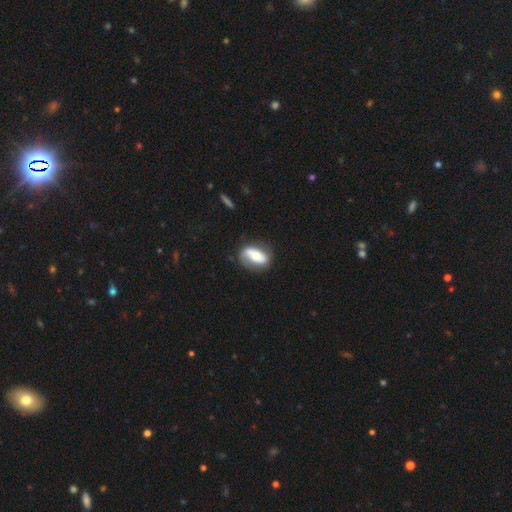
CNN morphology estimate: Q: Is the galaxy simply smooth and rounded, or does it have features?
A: featured or disk — 49%.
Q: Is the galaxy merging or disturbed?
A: none — 70%.